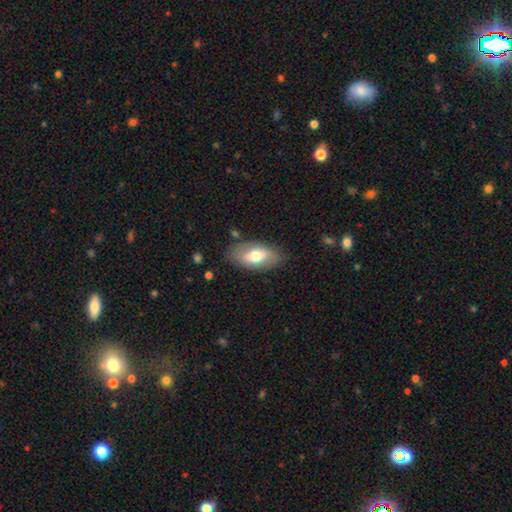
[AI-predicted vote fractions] Morphology: type=smooth (61%); roundness=in between (92%); merging=none (80%).